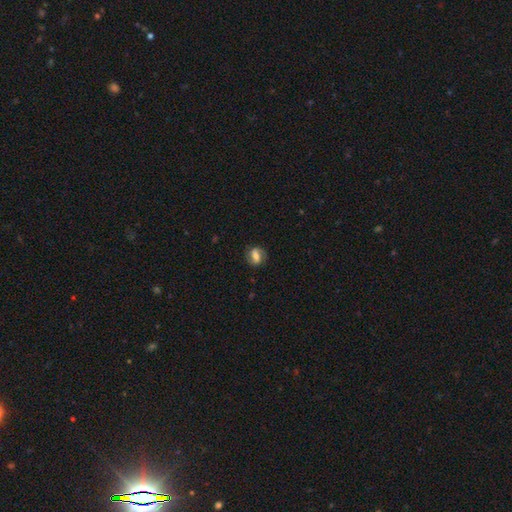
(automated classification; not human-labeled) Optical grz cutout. It shows a featured or disk galaxy (53%). Merging: none (79%).